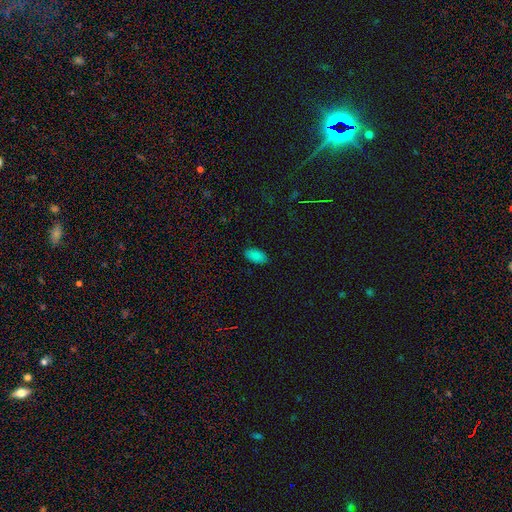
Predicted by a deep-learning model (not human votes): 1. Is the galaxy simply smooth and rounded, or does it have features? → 86% smooth, 11% star or artifact, 3% featured or disk.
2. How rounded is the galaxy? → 95% in between, 3% round, 2% cigar-shaped.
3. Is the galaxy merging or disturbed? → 87% none, 10% minor disturbance, 2% major disturbance, 1% merger.